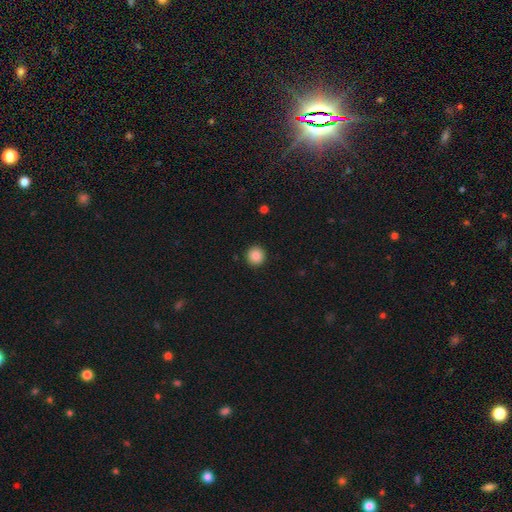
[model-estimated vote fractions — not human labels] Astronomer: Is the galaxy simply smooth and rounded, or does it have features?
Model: smooth — 87%.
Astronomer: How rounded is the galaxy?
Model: round — 94%.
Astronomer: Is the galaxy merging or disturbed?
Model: none — 92%.